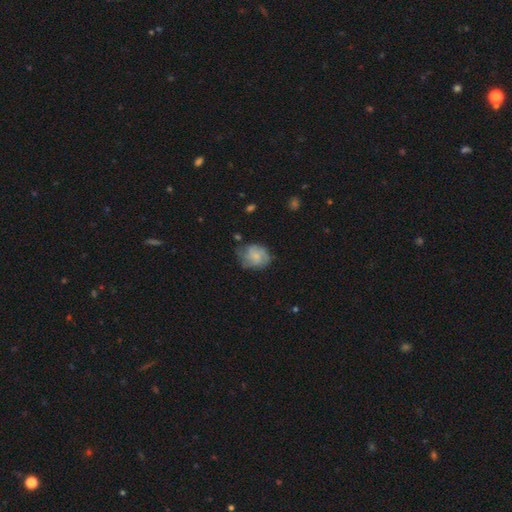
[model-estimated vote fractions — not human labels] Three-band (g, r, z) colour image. It shows a featured or disk galaxy (47%). Merging: none (52%).